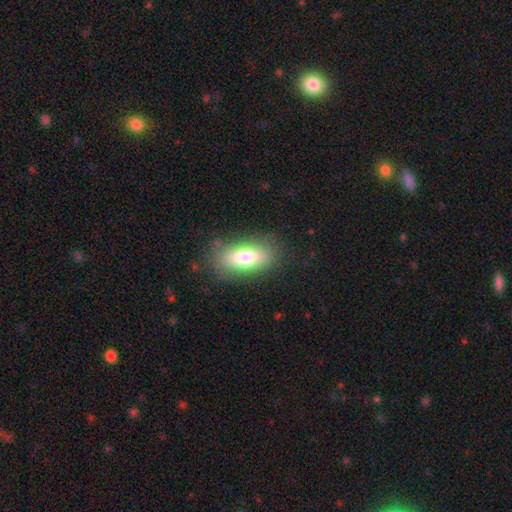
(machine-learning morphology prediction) Smooth or featured? Predicted: smooth (p=0.75). How rounded? Predicted: in between (p=0.85). Merging? Predicted: none (p=0.81).